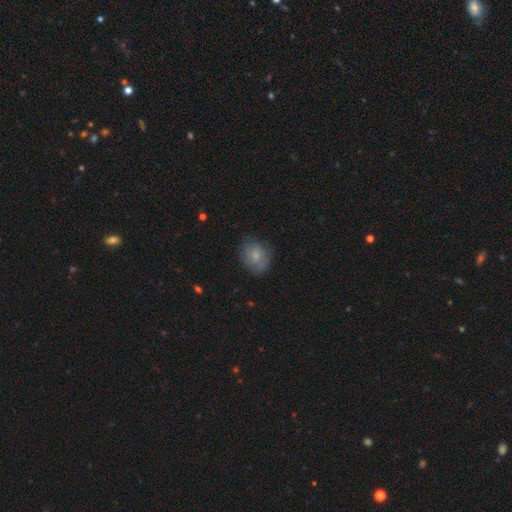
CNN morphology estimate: A smooth galaxy with no disk features (64%) that is round (56%). Merging: none (70%).